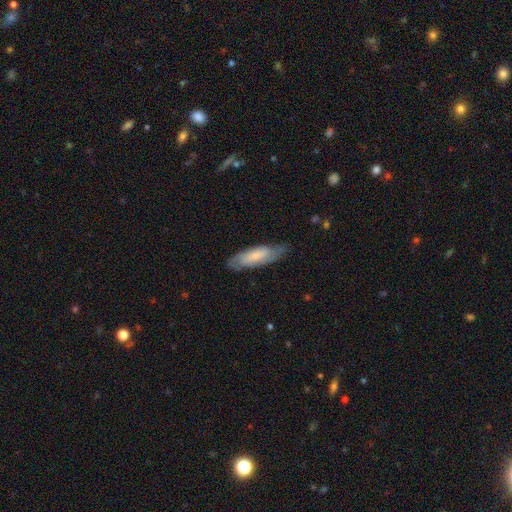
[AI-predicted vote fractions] Q: Smooth or featured?
A: smooth (49%); runner-up: featured or disk (46%)
Q: Merging?
A: none (74%); runner-up: minor disturbance (20%)